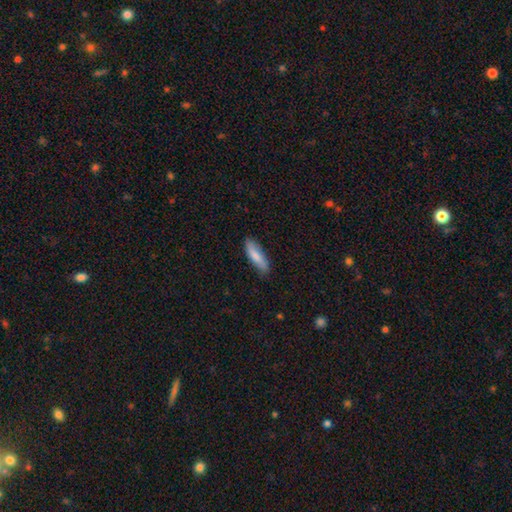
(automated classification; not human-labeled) Morphology: type=smooth (81%); roundness=cigar-shaped (53%); merging=none (82%).